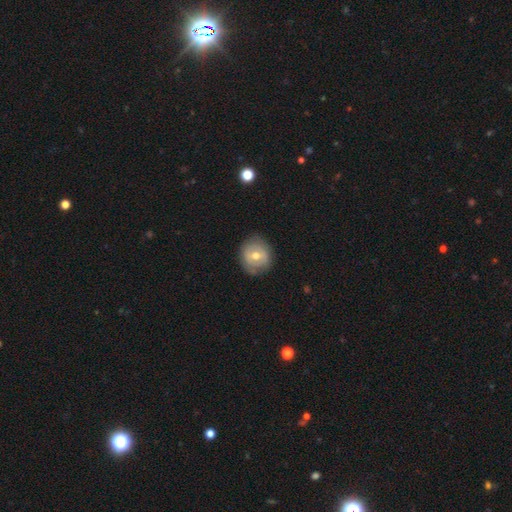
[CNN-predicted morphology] featured or disk 47%, smooth 45%, star or artifact 8%. Down the decision tree: merging — none (80%).